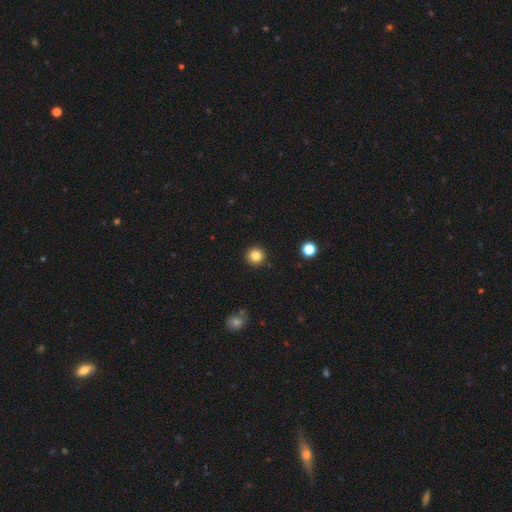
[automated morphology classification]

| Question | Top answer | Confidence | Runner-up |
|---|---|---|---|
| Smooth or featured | smooth | 83% | star or artifact (11%) |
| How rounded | round | 95% | in between (4%) |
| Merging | none | 92% | minor disturbance (5%) |